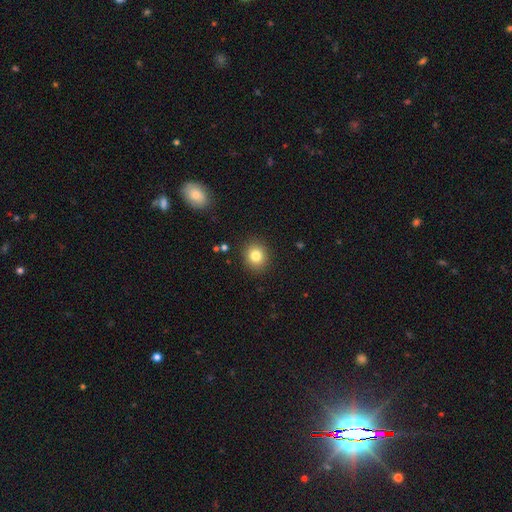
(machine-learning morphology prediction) Smooth or featured? smooth (81%)
How rounded? round (79%)
Merging? none (89%)